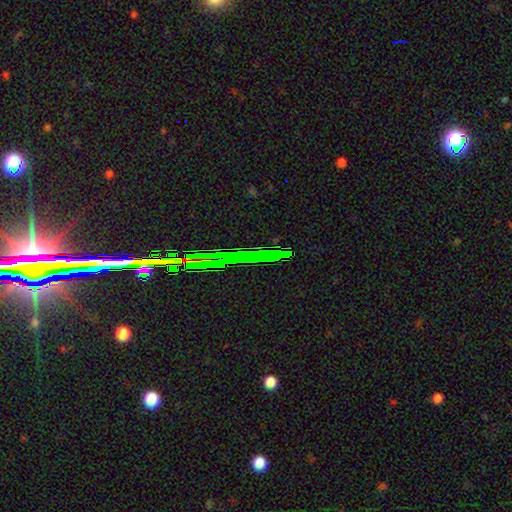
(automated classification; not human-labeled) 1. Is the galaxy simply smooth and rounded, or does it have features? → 65% star or artifact, 18% featured or disk, 17% smooth.